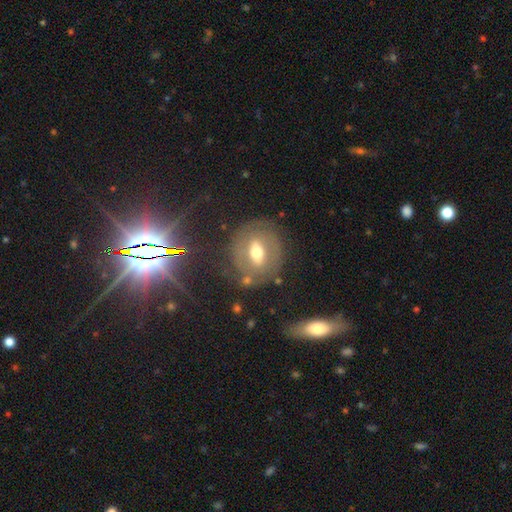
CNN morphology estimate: Smooth or featured? featured or disk (49%)
Merging? none (76%)